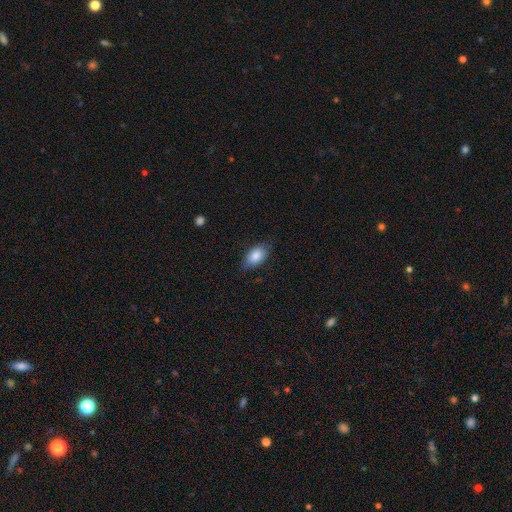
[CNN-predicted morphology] The model was most divided on "merging": none: 76%, minor disturbance: 19%, major disturbance: 4%, merger: 1%. More confident: how rounded — in between (90%); smooth or featured — smooth (84%).